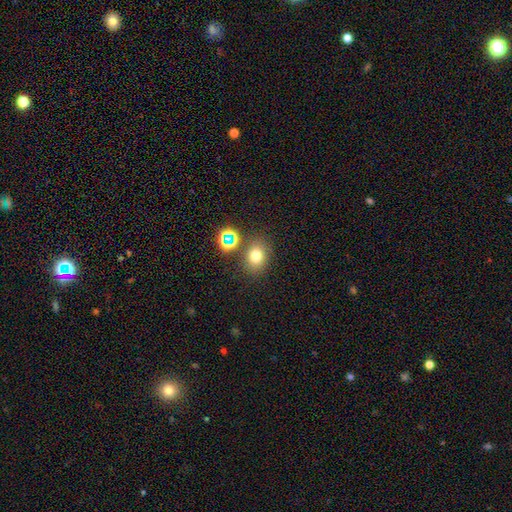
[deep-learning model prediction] This appears to be a smooth galaxy with no disk features (73%) that is in between round and cigar-shaped (51%). Merging: none (76%).